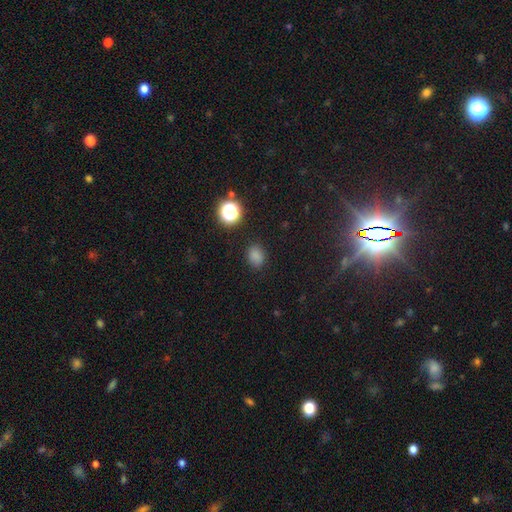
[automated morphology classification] smooth 79%, star or artifact 17%, featured or disk 4%. Down the decision tree: how rounded — in between (57%); merging — none (84%).